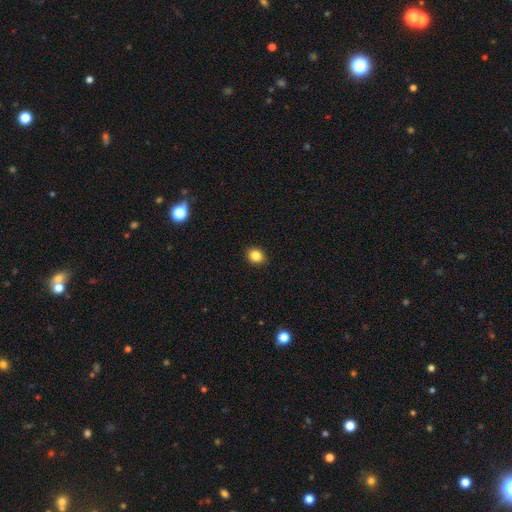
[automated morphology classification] A smooth galaxy with no disk features (86%) that is round (54%). Merging: none (90%).